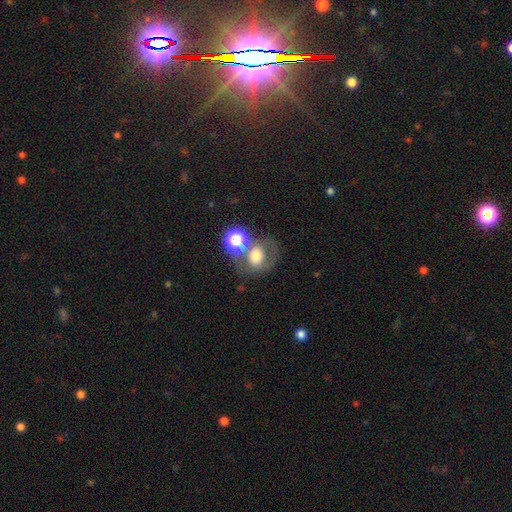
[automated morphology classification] A smooth galaxy with no disk features (52%) that is round (63%). Merging: none (47%).